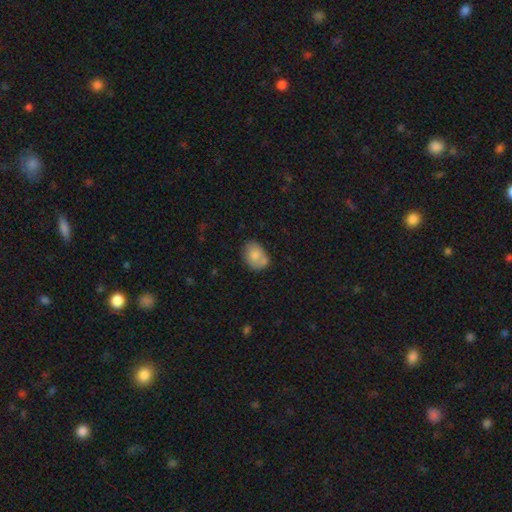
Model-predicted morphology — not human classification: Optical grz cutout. It shows a smooth galaxy with no disk features (77%) that is in between round and cigar-shaped (71%). Merging: none (52%).